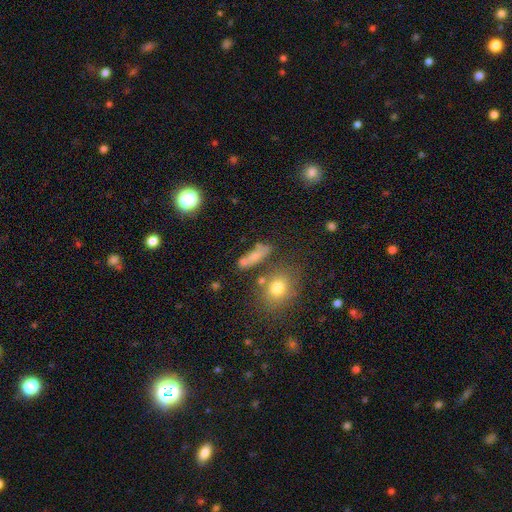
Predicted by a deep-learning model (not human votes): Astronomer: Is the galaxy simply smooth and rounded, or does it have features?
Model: smooth — 68%.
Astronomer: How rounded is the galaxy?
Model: cigar-shaped — 45% (runner-up: in between, 42%).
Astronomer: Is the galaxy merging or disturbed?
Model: none — 59%.